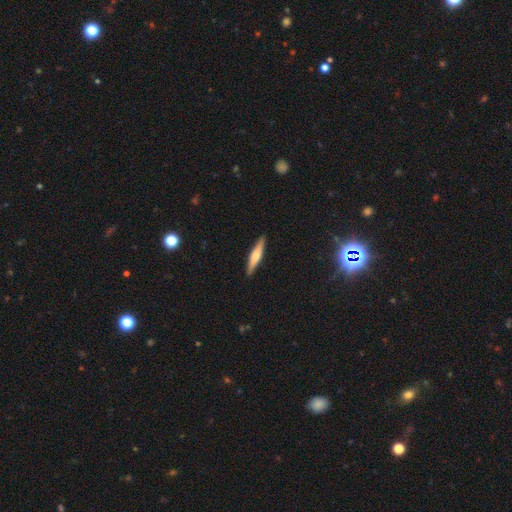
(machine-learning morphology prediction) smooth_or_featured: featured or disk (p=0.50) [alt: smooth p=0.44]
disk_edge_on: yes (p=0.96) [alt: no p=0.04]
merging: none (p=0.90) [alt: minor disturbance p=0.07]